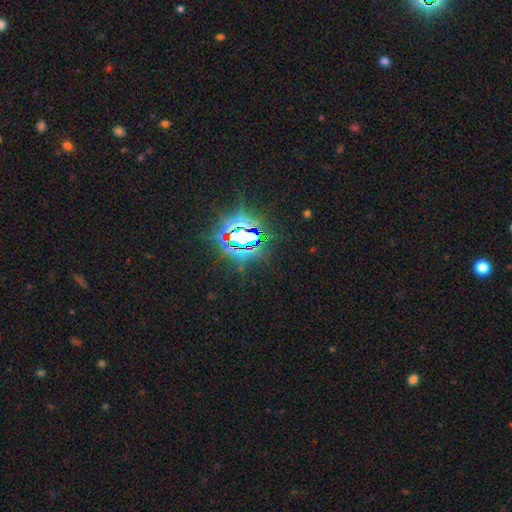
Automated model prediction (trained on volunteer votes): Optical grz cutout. It shows a star or artifact, not a galaxy (85%).